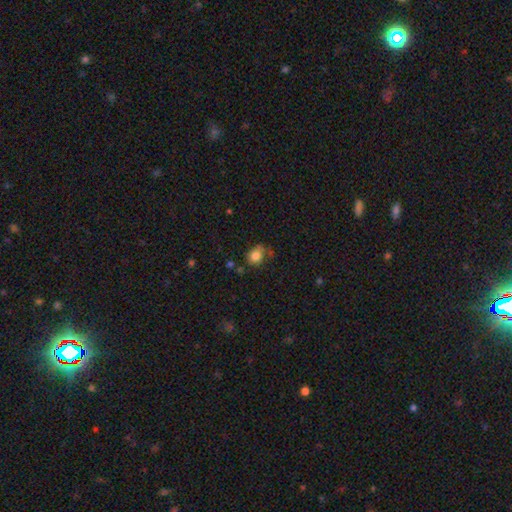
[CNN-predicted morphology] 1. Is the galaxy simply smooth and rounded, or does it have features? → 81% smooth, 10% star or artifact, 8% featured or disk.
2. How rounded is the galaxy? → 59% round, 40% in between, 1% cigar-shaped.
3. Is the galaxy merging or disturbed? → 51% none, 29% minor disturbance, 13% major disturbance, 7% merger.